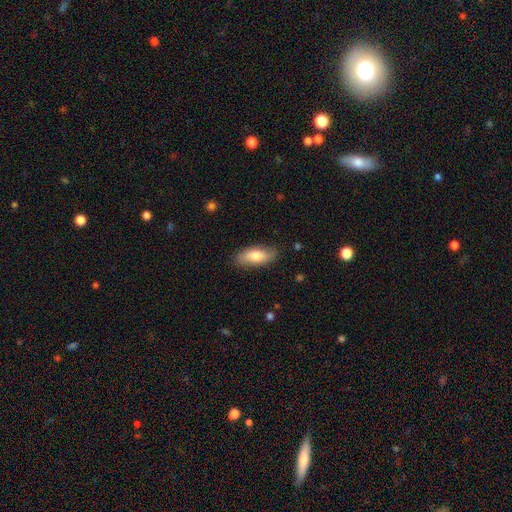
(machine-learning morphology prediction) A smooth galaxy with no disk features (74%) that is in between round and cigar-shaped (80%).

Vote fractions:
- Smooth or featured? smooth: 74% / featured or disk: 20% / star or artifact: 6%
- How rounded? in between: 80% / cigar-shaped: 17% / round: 3%
- Merging? none: 83% / minor disturbance: 13% / major disturbance: 3% / merger: 1%